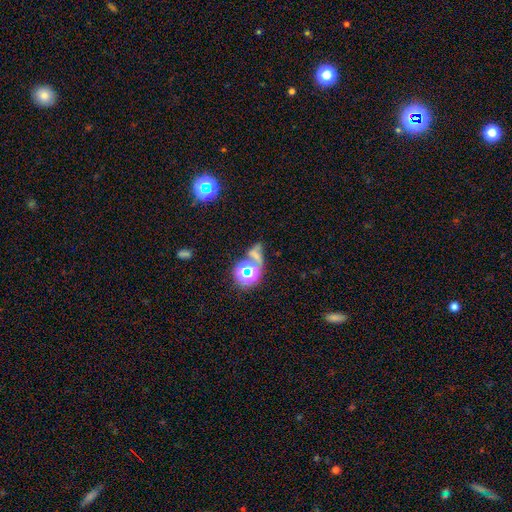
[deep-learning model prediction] smooth_or_featured: star or artifact (p=0.48) [alt: smooth p=0.37]